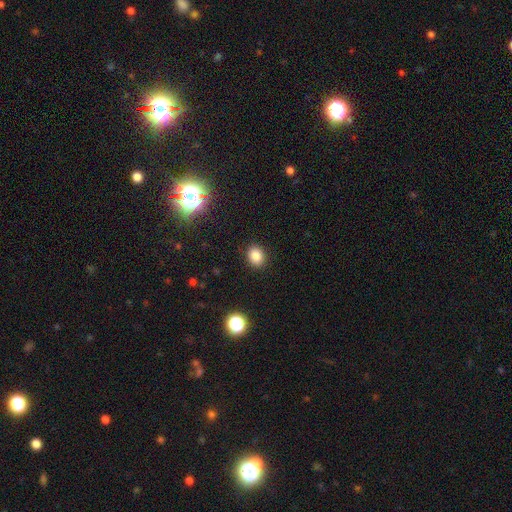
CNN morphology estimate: smooth 84%, star or artifact 12%, featured or disk 4%. Down the decision tree: how rounded — in between (51%); merging — none (89%).